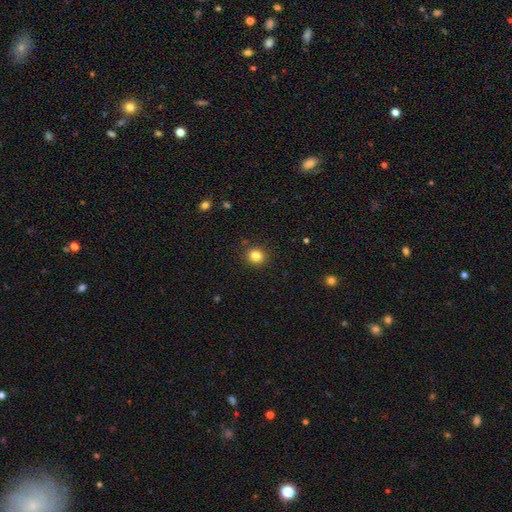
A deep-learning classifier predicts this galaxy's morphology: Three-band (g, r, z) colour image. It shows a smooth galaxy with no disk features (83%) that is round (83%). Merging: none (90%).